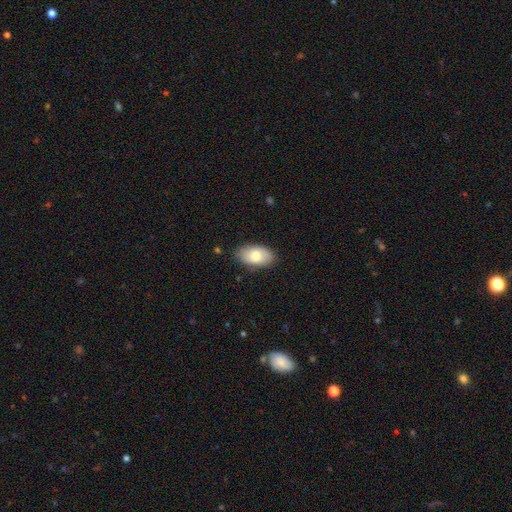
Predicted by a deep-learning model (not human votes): Q: Smooth or featured?
A: smooth (75%); runner-up: featured or disk (19%)
Q: How rounded?
A: in between (94%); runner-up: round (4%)
Q: Merging?
A: none (83%); runner-up: minor disturbance (13%)